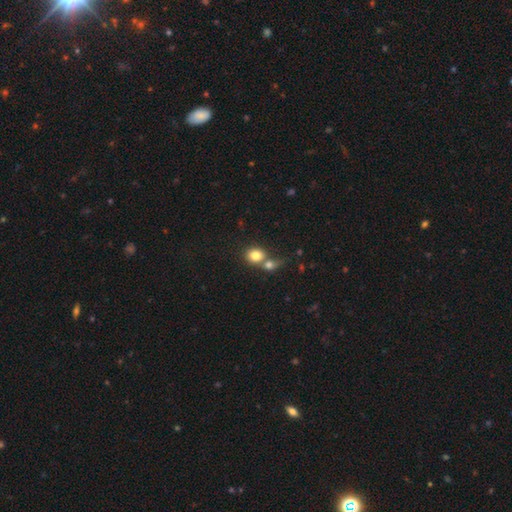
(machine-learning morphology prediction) Overall: smooth (81%). How rounded: round (65%; in between 34%). Merging: merger (51%; none 38%).